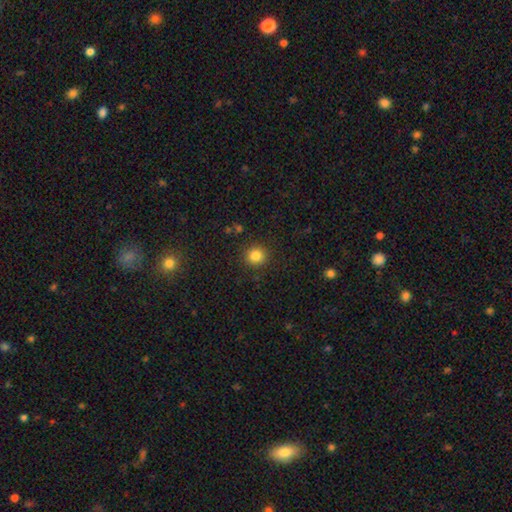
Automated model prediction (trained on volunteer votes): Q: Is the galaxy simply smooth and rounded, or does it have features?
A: smooth — 84%.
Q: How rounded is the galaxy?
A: round — 92%.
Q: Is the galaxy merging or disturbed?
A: none — 90%.